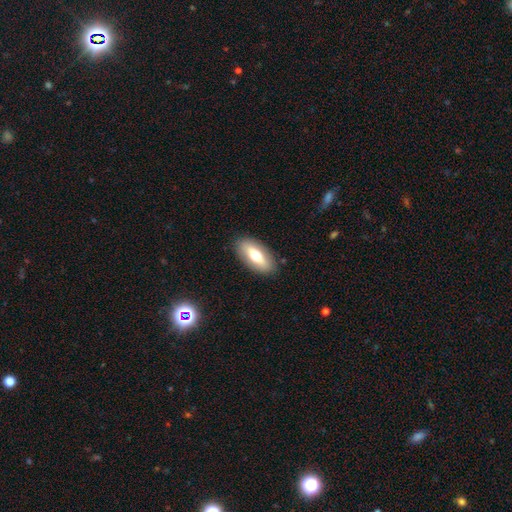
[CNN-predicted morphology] smooth 62%, featured or disk 31%, star or artifact 6%. Down the decision tree: how rounded — in between (81%); merging — none (87%).